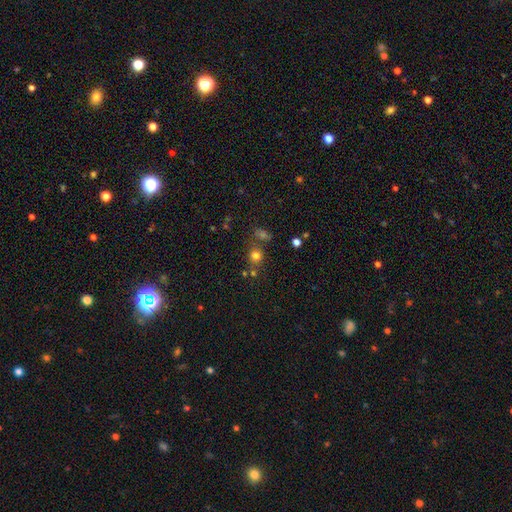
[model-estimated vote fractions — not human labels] A smooth galaxy with no disk features (73%) that is round (82%).

Vote fractions:
- Smooth or featured? smooth: 73% / star or artifact: 19% / featured or disk: 8%
- How rounded? round: 82% / in between: 17% / cigar-shaped: 1%
- Merging? none: 69% / merger: 15% / minor disturbance: 11% / major disturbance: 5%